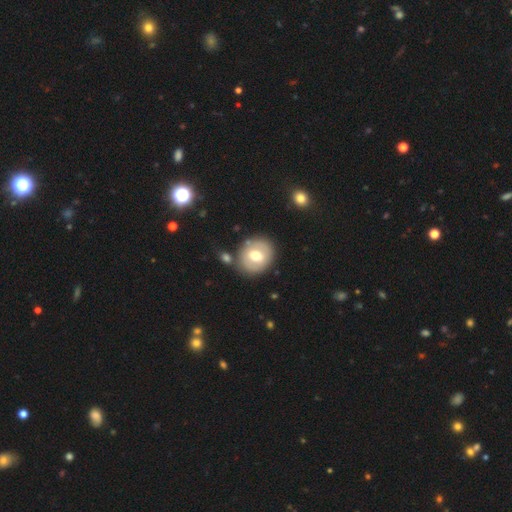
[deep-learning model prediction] Morphology: type=smooth (58%); roundness=round (76%); merging=none (78%).